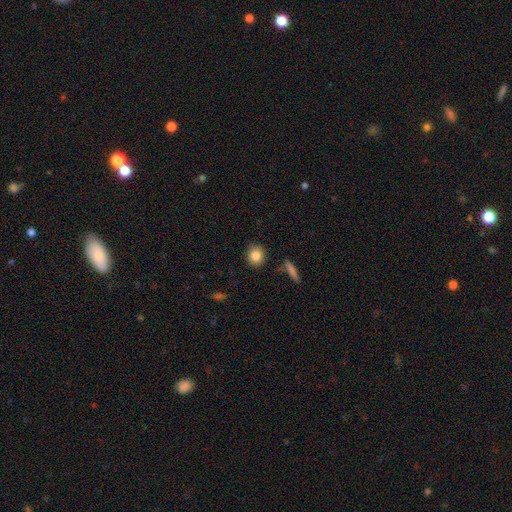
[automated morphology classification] smooth-or-featured: smooth: 85% | star or artifact: 8% | featured or disk: 7%
  how-rounded: round: 83% | in between: 15% | cigar-shaped: 2%
  merging: none: 85% | minor disturbance: 10% | major disturbance: 2% | merger: 2%